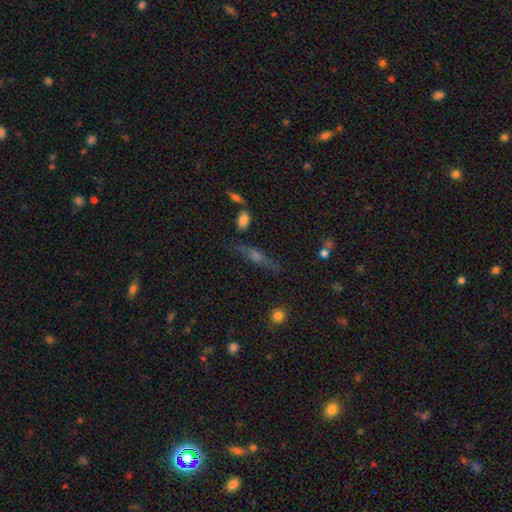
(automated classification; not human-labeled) A featured or disk galaxy (49%).

Vote fractions:
- Smooth or featured? featured or disk: 49% / smooth: 35% / star or artifact: 16%
- Merging? none: 72% / minor disturbance: 17% / major disturbance: 7% / merger: 4%